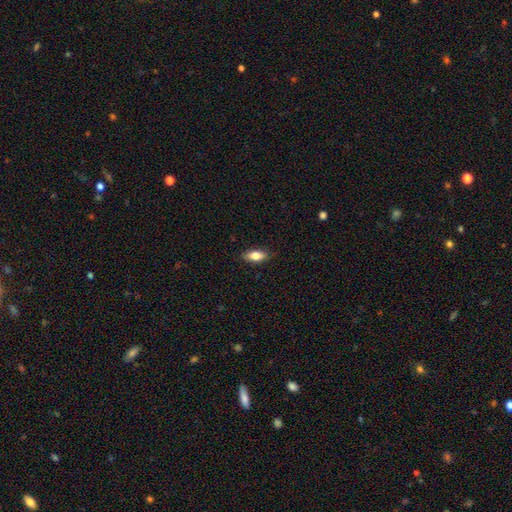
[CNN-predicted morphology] smooth-or-featured: smooth: 77% | featured or disk: 16% | star or artifact: 7%
  how-rounded: in between: 83% | cigar-shaped: 14% | round: 3%
  merging: none: 85% | minor disturbance: 12% | major disturbance: 2% | merger: 1%